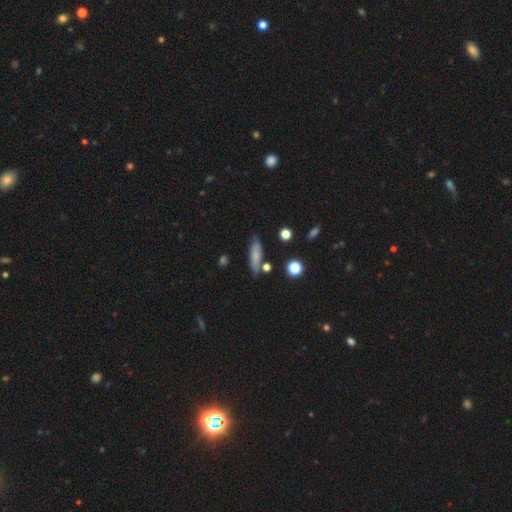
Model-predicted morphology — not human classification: smooth_or_featured: smooth (p=0.69) [alt: featured or disk p=0.22]
how_rounded: cigar-shaped (p=0.61) [alt: in between p=0.35]
merging: none (p=0.74) [alt: minor disturbance p=0.17]